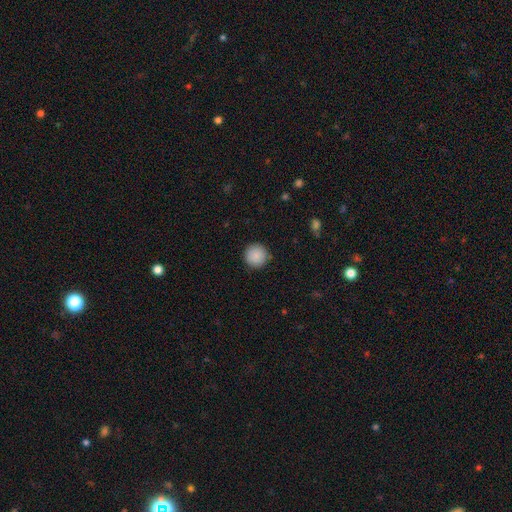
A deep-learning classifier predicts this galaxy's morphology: This is clearly a smooth galaxy (89%). How rounded: clearly round (96%). Merging: clearly none (90%).